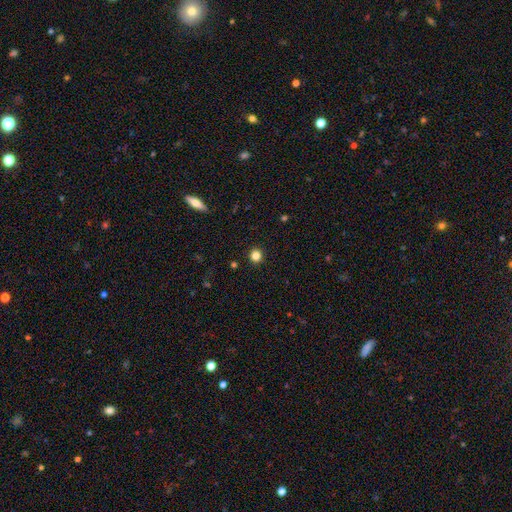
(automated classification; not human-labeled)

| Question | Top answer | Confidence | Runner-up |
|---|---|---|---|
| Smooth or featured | smooth | 83% | star or artifact (12%) |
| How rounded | round | 91% | in between (8%) |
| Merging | none | 93% | minor disturbance (5%) |